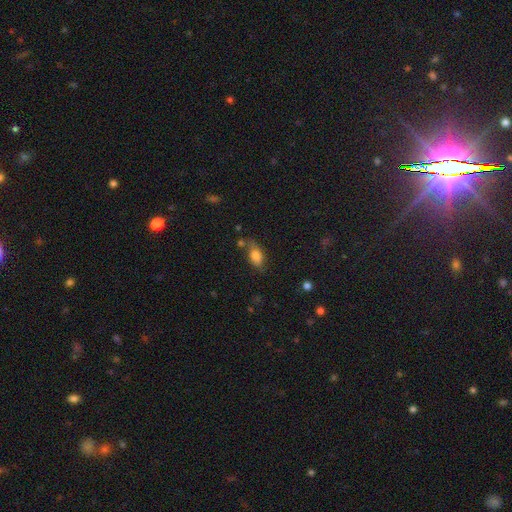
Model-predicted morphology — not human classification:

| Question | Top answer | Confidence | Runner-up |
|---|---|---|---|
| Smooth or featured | smooth | 80% | featured or disk (11%) |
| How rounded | in between | 87% | round (8%) |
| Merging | none | 60% | minor disturbance (23%) |